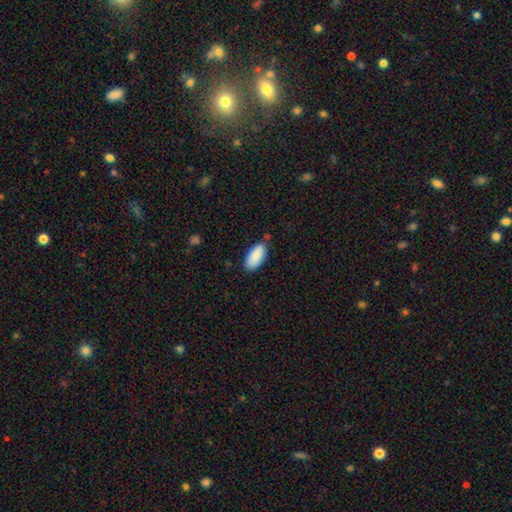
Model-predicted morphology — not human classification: Smooth or featured? Predicted: smooth (p=0.89). How rounded? Predicted: in between (p=0.92). Merging? Predicted: none (p=0.74).